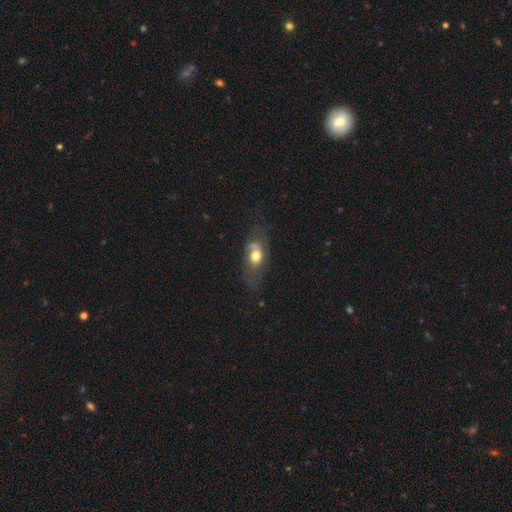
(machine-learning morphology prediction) smooth 56%, featured or disk 35%, star or artifact 9%. Down the decision tree: how rounded — in between (75%); merging — none (42%).